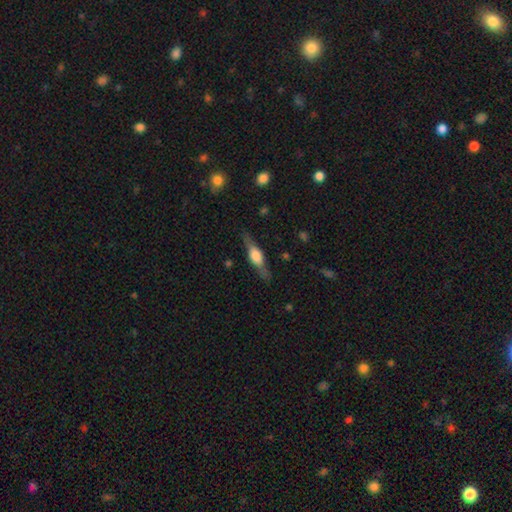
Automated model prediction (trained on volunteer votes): Smooth or featured? Predicted: featured or disk (p=0.59). Edge-on disk? Predicted: yes (p=0.92). Edge-on bulge? Predicted: rounded (p=0.80). Merging? Predicted: none (p=0.81).